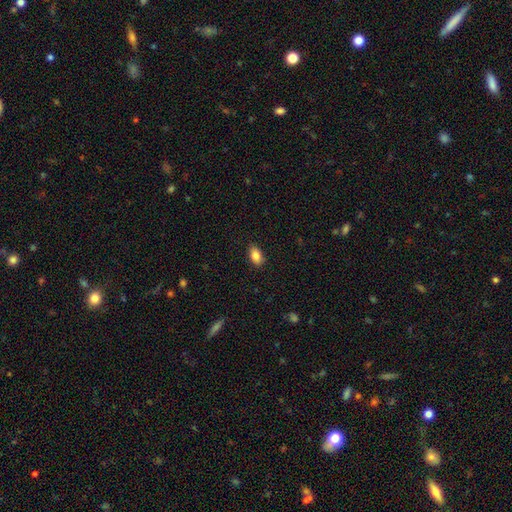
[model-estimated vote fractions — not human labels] smooth 86%, star or artifact 8%, featured or disk 6%. Down the decision tree: how rounded — in between (89%); merging — none (87%).